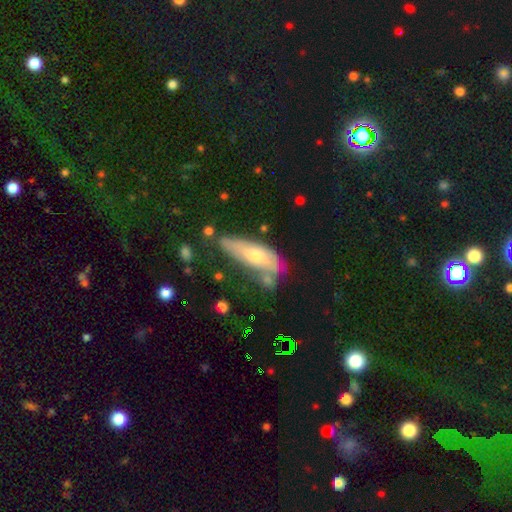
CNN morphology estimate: smooth-or-featured: featured or disk: 48% | smooth: 45% | star or artifact: 7%
  merging: none: 47% | minor disturbance: 28% | major disturbance: 13% | merger: 12%